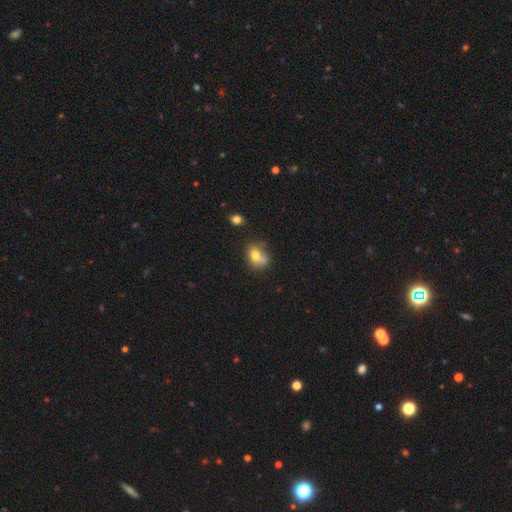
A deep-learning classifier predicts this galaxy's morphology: Smooth or featured?
  - smooth: 73% *
  - featured or disk: 16%
  - star or artifact: 11%
How rounded?
  - in between: 50% *
  - round: 48%
  - cigar-shaped: 1%
Merging?
  - none: 40% *
  - minor disturbance: 25%
  - merger: 23%
  - major disturbance: 12%